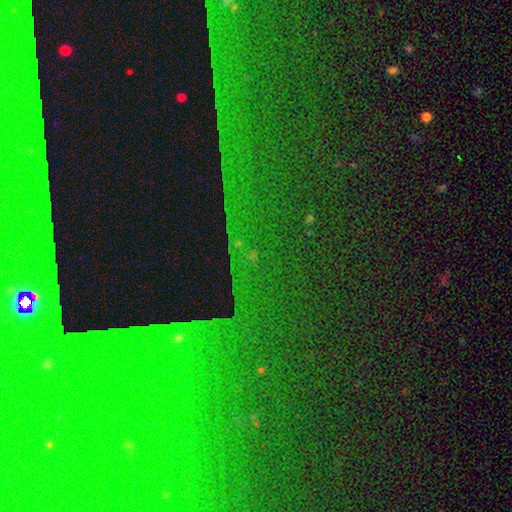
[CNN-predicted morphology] Q: Smooth or featured?
A: star or artifact (82%); runner-up: smooth (9%)